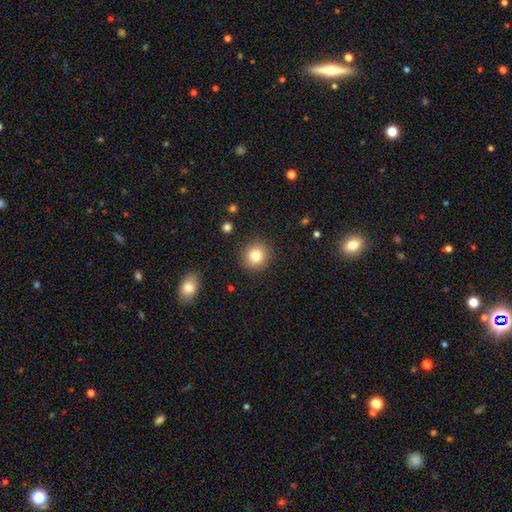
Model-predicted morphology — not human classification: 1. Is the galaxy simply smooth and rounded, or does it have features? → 82% smooth, 11% star or artifact, 8% featured or disk.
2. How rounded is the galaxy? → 91% round, 8% in between, 1% cigar-shaped.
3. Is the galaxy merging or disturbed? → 90% none, 6% minor disturbance, 2% major disturbance, 1% merger.